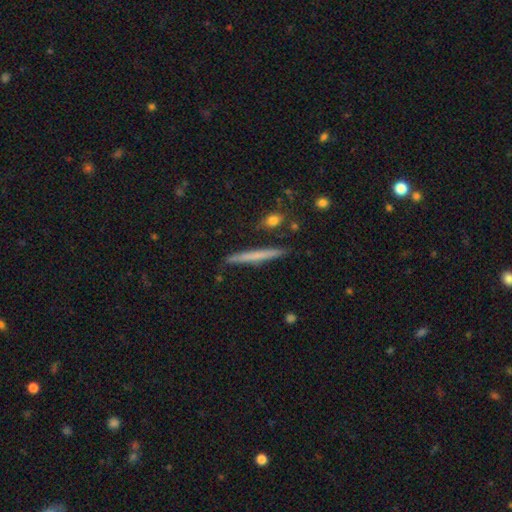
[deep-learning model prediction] This is possibly a smooth galaxy (54%). How rounded: clearly cigar-shaped (96%). Merging: clearly none (89%).